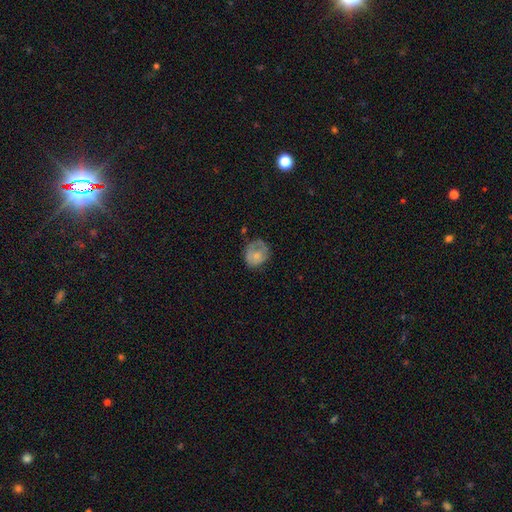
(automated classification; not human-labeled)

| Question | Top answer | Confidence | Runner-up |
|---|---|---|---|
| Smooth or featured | smooth | 64% | featured or disk (27%) |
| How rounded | round | 67% | in between (32%) |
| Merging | none | 50% | minor disturbance (30%) |